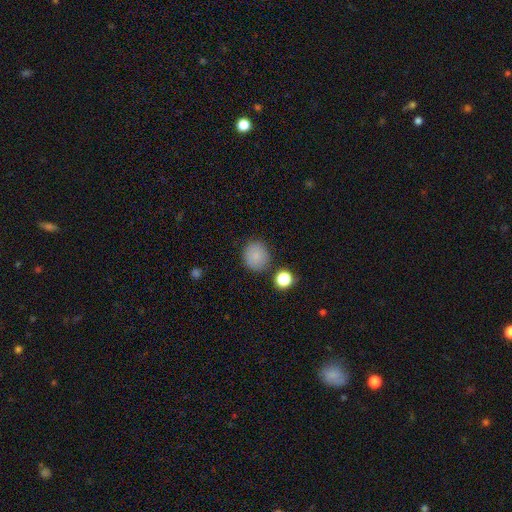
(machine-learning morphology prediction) Overall: smooth (82%). How rounded: round (88%). Merging: none (83%).